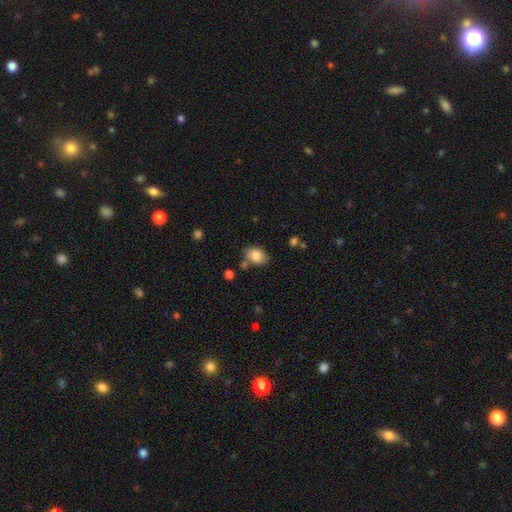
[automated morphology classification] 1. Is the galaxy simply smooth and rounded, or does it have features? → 84% smooth, 8% star or artifact, 7% featured or disk.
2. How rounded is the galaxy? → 71% in between, 28% round, 1% cigar-shaped.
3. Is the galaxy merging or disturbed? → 72% none, 17% minor disturbance, 8% merger, 4% major disturbance.